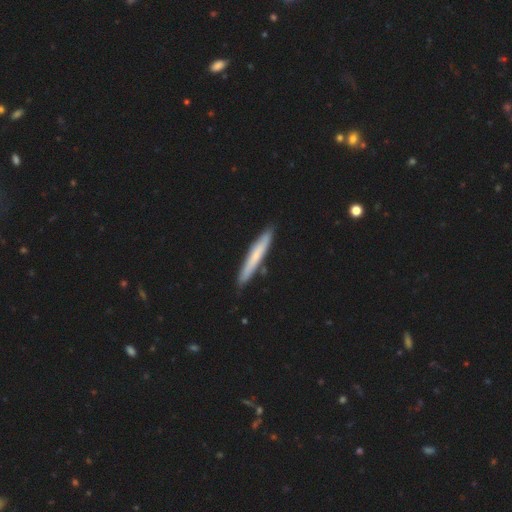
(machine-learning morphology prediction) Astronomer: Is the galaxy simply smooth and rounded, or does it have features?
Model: smooth — 57% (runner-up: featured or disk, 38%).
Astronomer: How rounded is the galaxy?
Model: cigar-shaped — 95%.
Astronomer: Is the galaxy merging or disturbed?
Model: none — 86%.